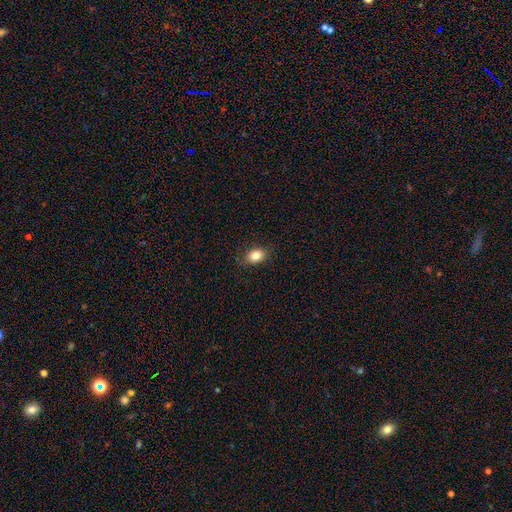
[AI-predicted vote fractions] Overall: smooth (84%). How rounded: in between (78%). Merging: none (86%).